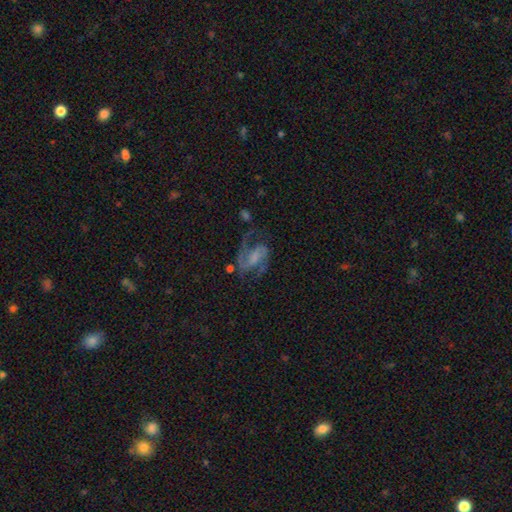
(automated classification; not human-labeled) A featured or disk galaxy (83%) with a weak bar (45%), 2 (90%) medium (58%) spiral arms (96%) and a small central bulge (41%). Merging: none (64%).